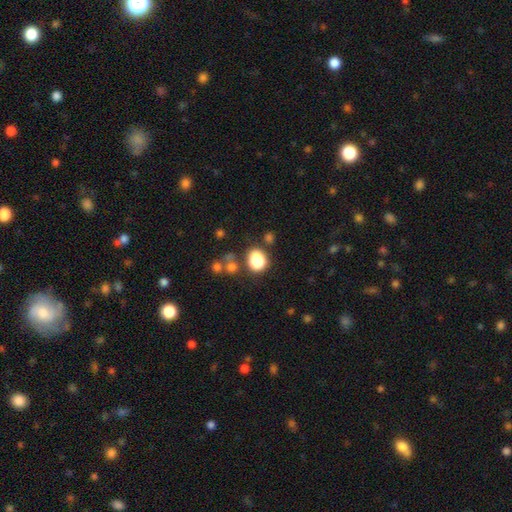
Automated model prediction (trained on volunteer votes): A smooth galaxy with no disk features (73%) that is round (71%). Merging: none (62%).